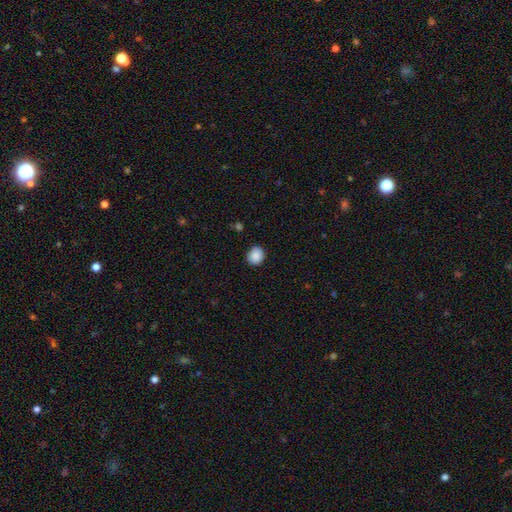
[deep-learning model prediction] Overall: smooth (89%). How rounded: round (76%). Merging: none (89%).